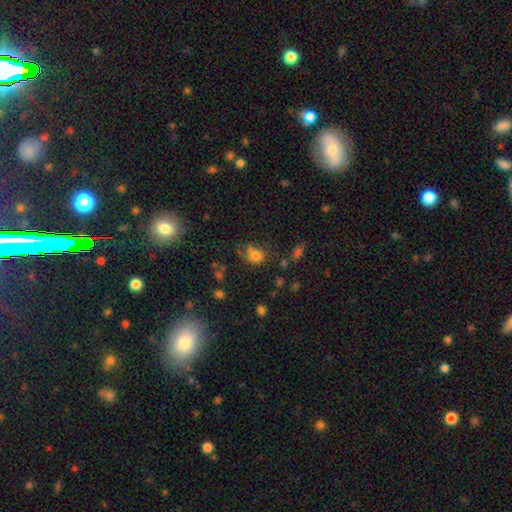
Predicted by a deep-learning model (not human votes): This is likely a smooth galaxy (70%). How rounded: likely round (66%). Merging: possibly none (47%).